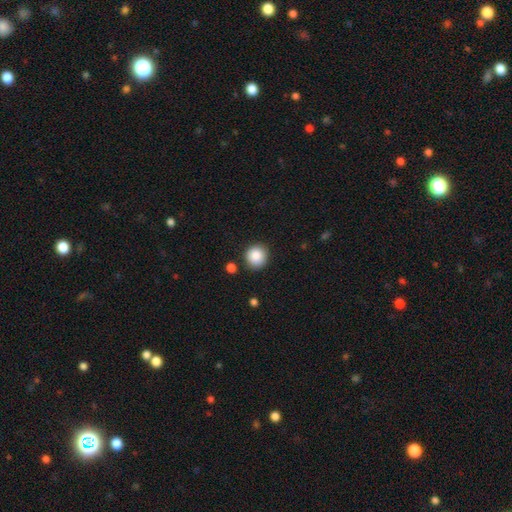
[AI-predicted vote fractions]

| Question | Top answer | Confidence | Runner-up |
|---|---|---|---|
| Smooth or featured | smooth | 86% | star or artifact (9%) |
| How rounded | round | 91% | in between (8%) |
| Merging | none | 87% | minor disturbance (8%) |